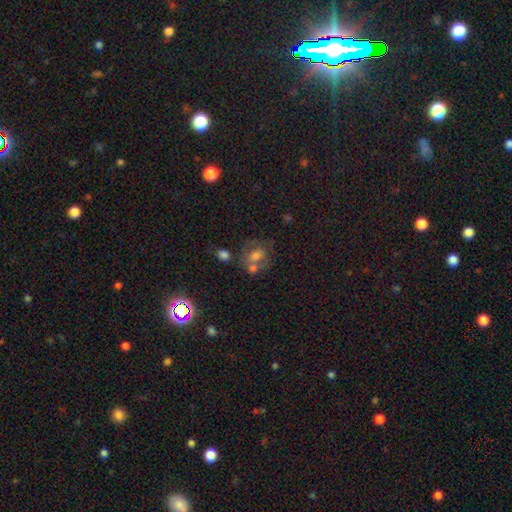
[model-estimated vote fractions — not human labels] Smooth or featured?
  - smooth: 48% *
  - featured or disk: 32%
  - star or artifact: 21%
Merging?
  - none: 44% *
  - merger: 31%
  - minor disturbance: 15%
  - major disturbance: 10%